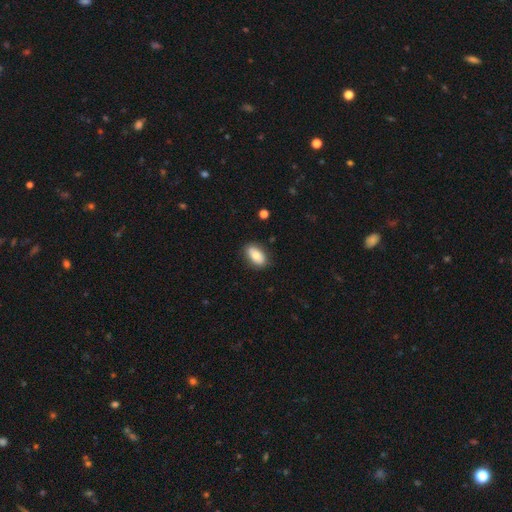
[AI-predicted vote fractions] A smooth galaxy with no disk features (80%) that is in between round and cigar-shaped (91%).

Vote fractions:
- Smooth or featured? smooth: 80% / featured or disk: 14% / star or artifact: 7%
- How rounded? in between: 91% / round: 5% / cigar-shaped: 3%
- Merging? none: 84% / minor disturbance: 12% / major disturbance: 3% / merger: 1%